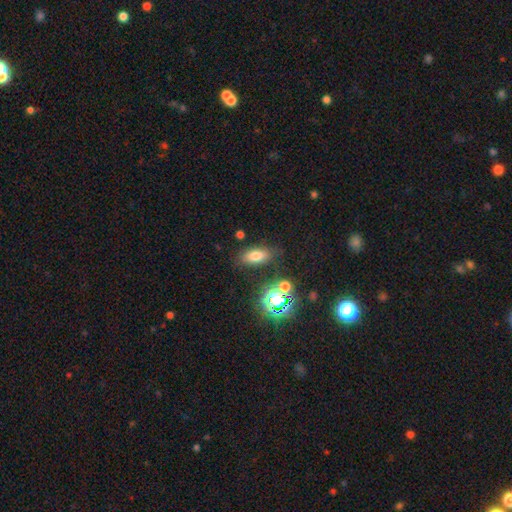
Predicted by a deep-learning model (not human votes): Q: Smooth or featured?
A: smooth (69%); runner-up: star or artifact (18%)
Q: How rounded?
A: in between (78%); runner-up: cigar-shaped (12%)
Q: Merging?
A: none (78%); runner-up: minor disturbance (12%)